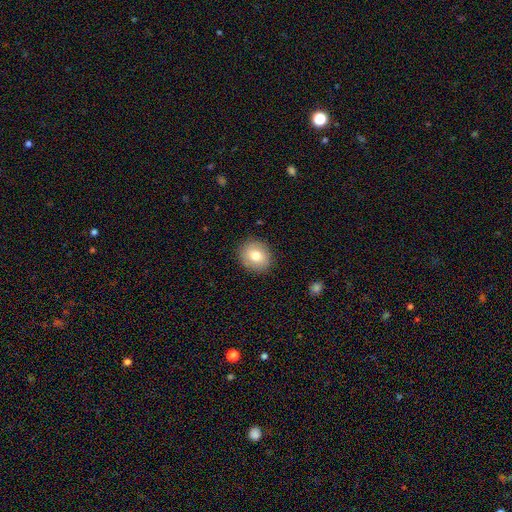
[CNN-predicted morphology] This is likely a smooth galaxy (78%). How rounded: likely round (73%). Merging: clearly none (89%).